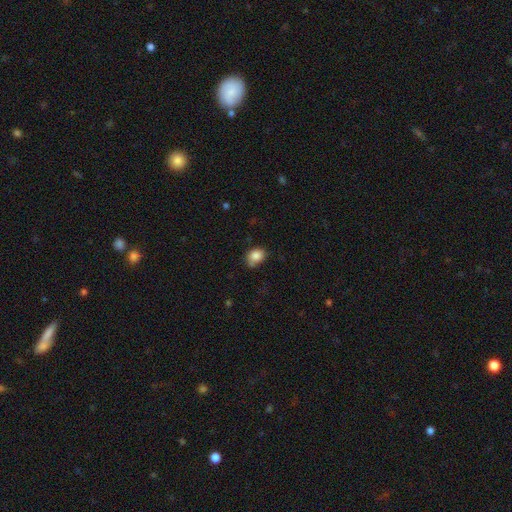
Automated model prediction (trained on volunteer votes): Morphology: type=smooth (84%); roundness=in between (61%); merging=none (60%).